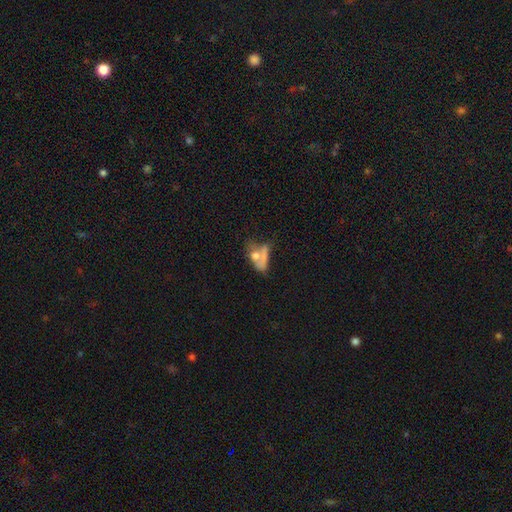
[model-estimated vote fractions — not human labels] Smooth or featured: smooth — 50% (featured or disk — 36%)
How rounded: in between — 63% (round — 22%)
Merging: merger — 36% (none — 26%)